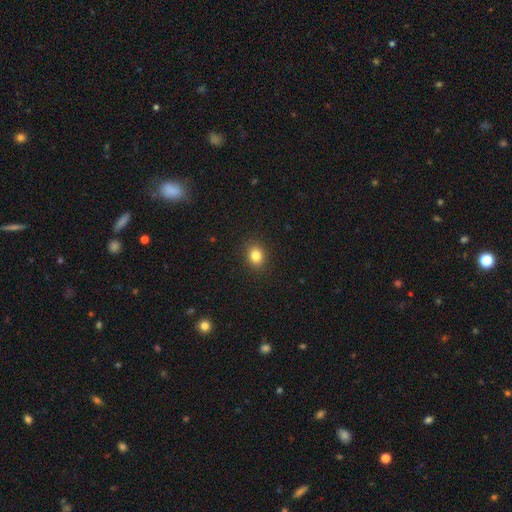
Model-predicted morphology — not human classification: Smooth or featured: smooth — 83% (star or artifact — 11%)
How rounded: round — 62% (in between — 38%)
Merging: none — 91% (minor disturbance — 6%)